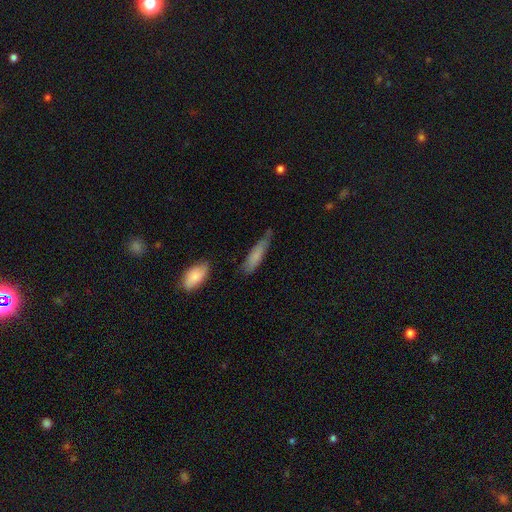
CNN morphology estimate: type=smooth (77%); roundness=cigar-shaped (67%); merging=none (54%).